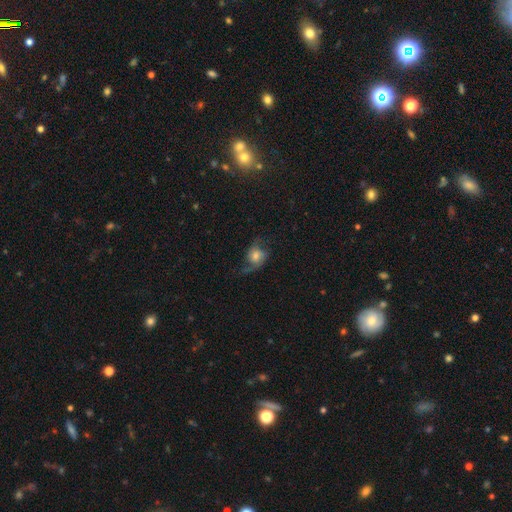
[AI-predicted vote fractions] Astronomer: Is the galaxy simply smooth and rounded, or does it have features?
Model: featured or disk — 59%.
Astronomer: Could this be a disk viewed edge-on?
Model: no — 95%.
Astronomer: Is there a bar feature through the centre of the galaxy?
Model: no — 67%.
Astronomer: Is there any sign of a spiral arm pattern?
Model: yes — 88%.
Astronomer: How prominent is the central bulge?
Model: moderate — 51%.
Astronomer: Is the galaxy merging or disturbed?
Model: none — 52%.